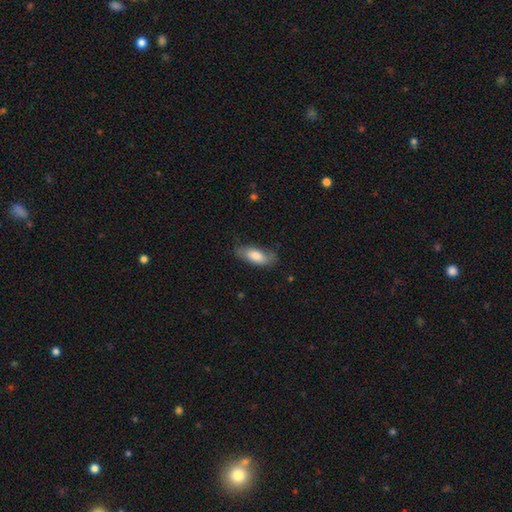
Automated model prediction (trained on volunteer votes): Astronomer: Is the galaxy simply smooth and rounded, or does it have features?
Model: smooth — 76%.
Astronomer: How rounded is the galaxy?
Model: in between — 78%.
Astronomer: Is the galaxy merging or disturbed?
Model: none — 67%.